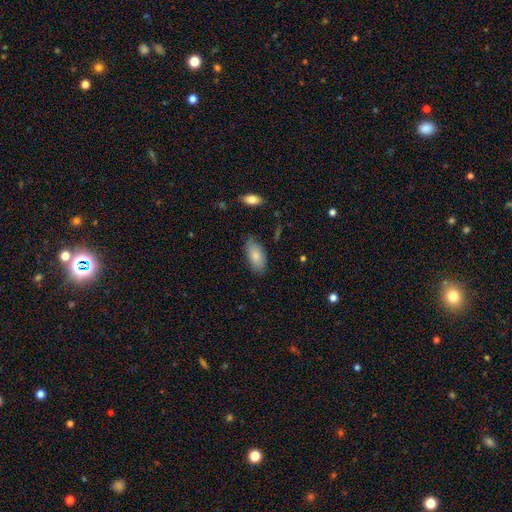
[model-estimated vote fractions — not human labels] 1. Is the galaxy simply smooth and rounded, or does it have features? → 83% smooth, 11% featured or disk, 6% star or artifact.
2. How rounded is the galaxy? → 91% in between, 7% cigar-shaped, 2% round.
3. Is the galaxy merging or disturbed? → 77% none, 18% minor disturbance, 3% major disturbance, 2% merger.